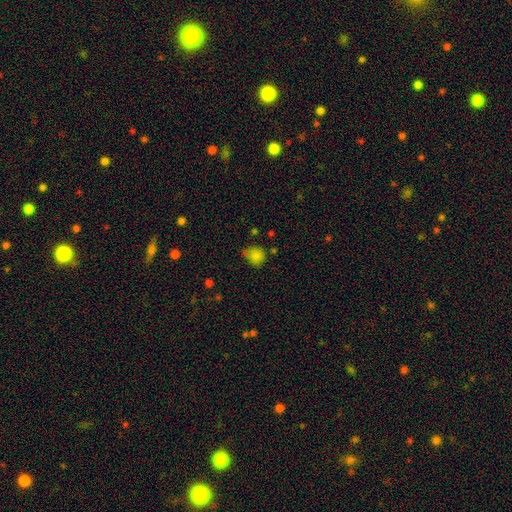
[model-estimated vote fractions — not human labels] This is clearly a smooth galaxy (80%). How rounded: likely round (65%). Merging: possibly none (48%).